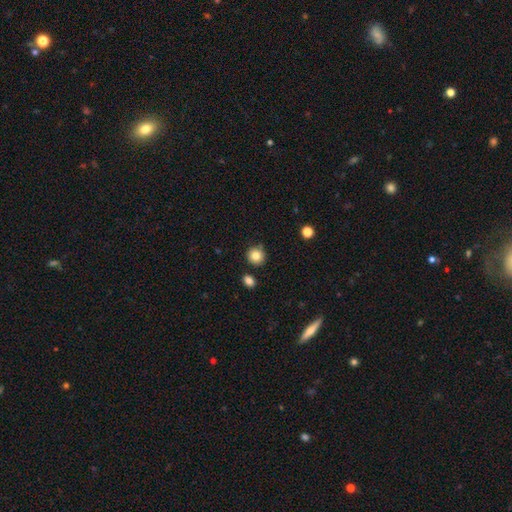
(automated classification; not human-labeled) smooth 83%, star or artifact 10%, featured or disk 7%. Down the decision tree: how rounded — round (91%); merging — none (83%).